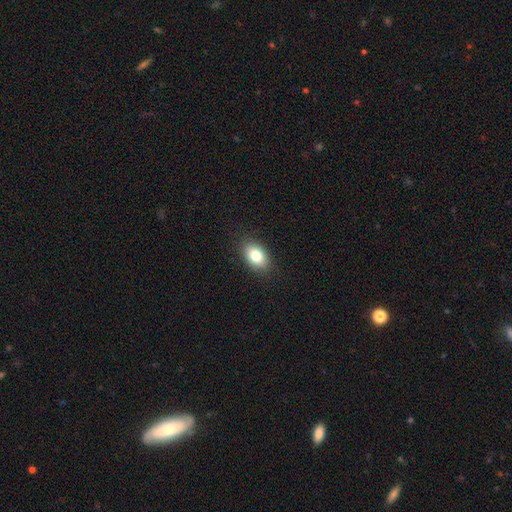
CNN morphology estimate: This appears to be a smooth galaxy with no disk features (82%) that is in between round and cigar-shaped (88%). Merging: none (88%).